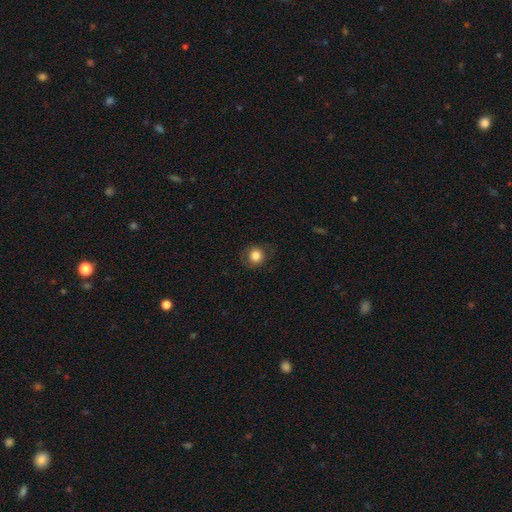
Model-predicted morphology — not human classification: Overall: smooth (81%). How rounded: round (87%). Merging: none (78%).